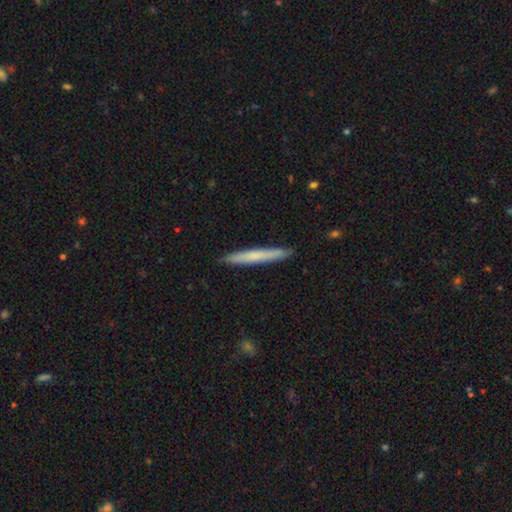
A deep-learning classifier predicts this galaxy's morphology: smooth_or_featured: smooth (p=0.65) [alt: featured or disk p=0.29]
how_rounded: cigar-shaped (p=0.96) [alt: in between p=0.02]
merging: none (p=0.91) [alt: minor disturbance p=0.06]